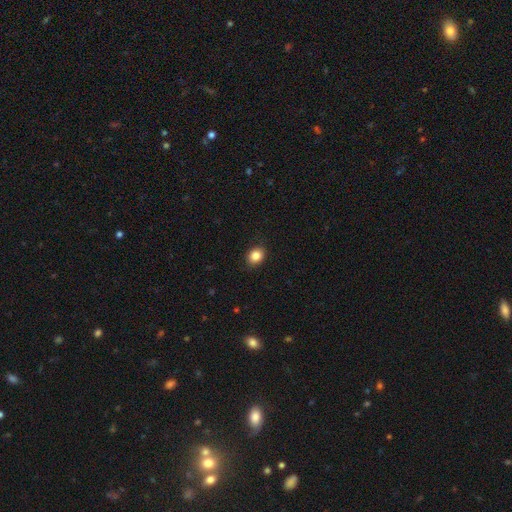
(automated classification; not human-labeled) This appears to be a smooth galaxy with no disk features (85%) that is round (52%). Merging: none (87%).